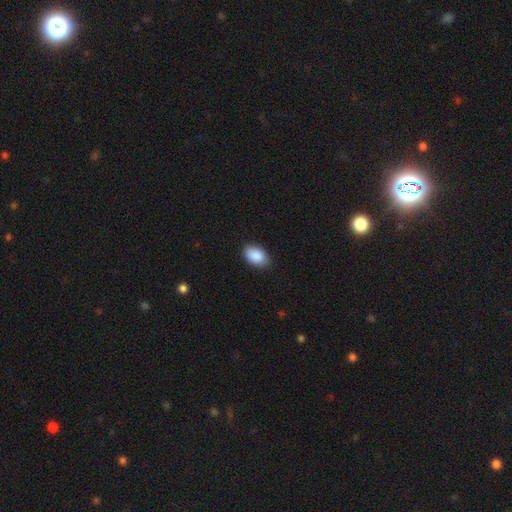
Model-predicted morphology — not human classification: type=smooth (90%); roundness=in between (91%); merging=none (87%).